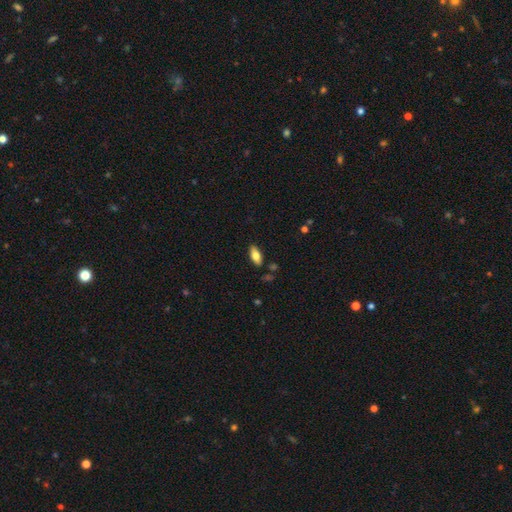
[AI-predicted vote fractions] Overall: smooth (76%). How rounded: in between (86%). Merging: none (85%).